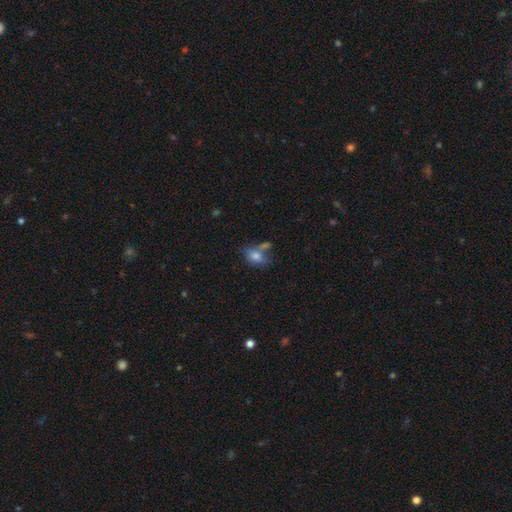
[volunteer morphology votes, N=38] This is likely a smooth galaxy (74%). How rounded: clearly in between (86%). Merging: likely none (74%).